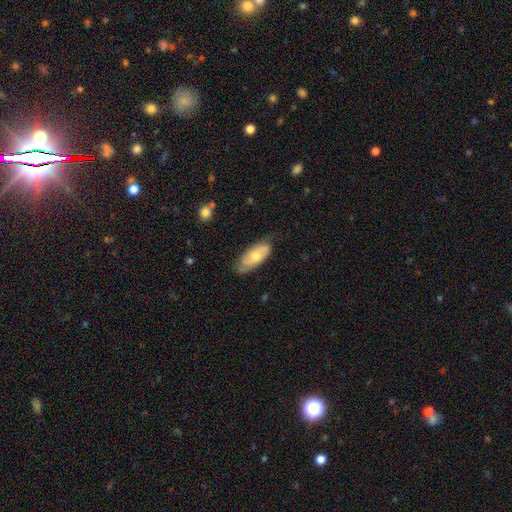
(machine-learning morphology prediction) Smooth or featured? smooth (48%)
Merging? none (67%)